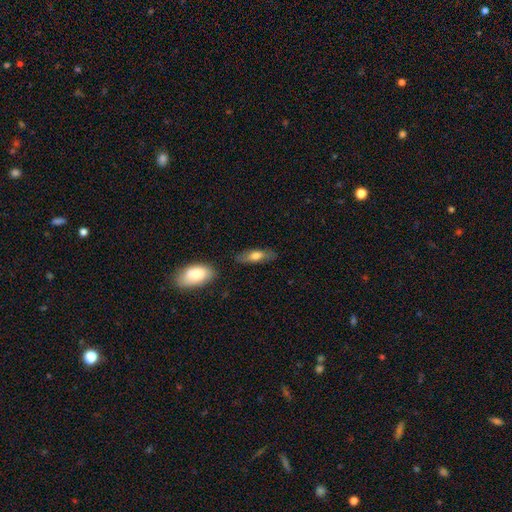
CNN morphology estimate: Overall: smooth (65%; featured or disk 28%). How rounded: in between (58%; cigar-shaped 38%). Merging: none (79%).